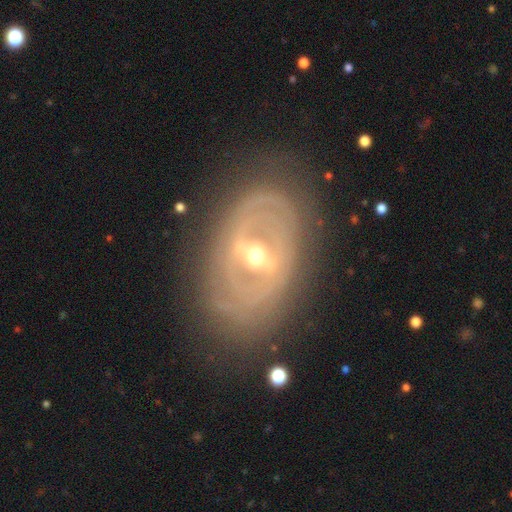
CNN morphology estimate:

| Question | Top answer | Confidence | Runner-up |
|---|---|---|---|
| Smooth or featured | featured or disk | 83% | smooth (11%) |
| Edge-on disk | no | 93% | yes (7%) |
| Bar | strong | 44% | weak (40%) |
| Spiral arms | yes | 69% | no (31%) |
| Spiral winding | tight | 66% | medium (24%) |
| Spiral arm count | can't tell | 45% | 2 (34%) |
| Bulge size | moderate | 57% | small (38%) |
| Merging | none | 78% | minor disturbance (14%) |